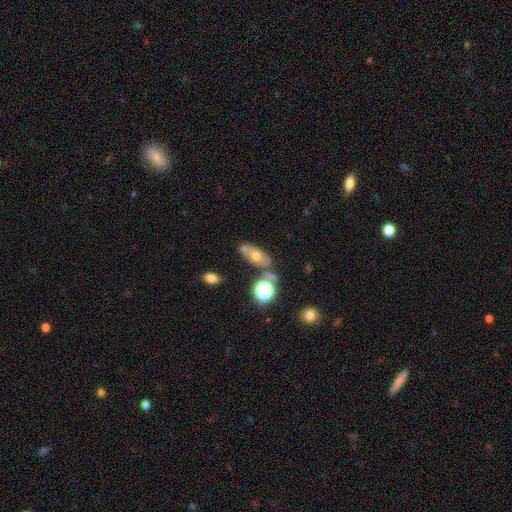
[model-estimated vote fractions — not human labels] Smooth or featured: smooth — 43% (featured or disk — 38%)
Merging: none — 60% (minor disturbance — 17%)